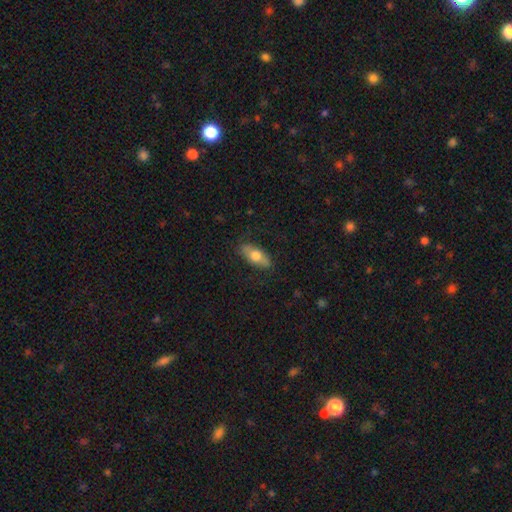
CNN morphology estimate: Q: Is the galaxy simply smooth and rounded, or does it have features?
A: smooth — 63%.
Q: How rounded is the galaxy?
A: in between — 79%.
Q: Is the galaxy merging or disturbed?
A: none — 78%.